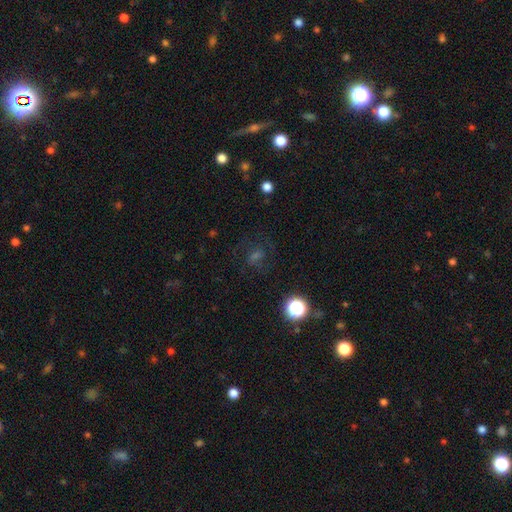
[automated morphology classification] type=star or artifact (38%).